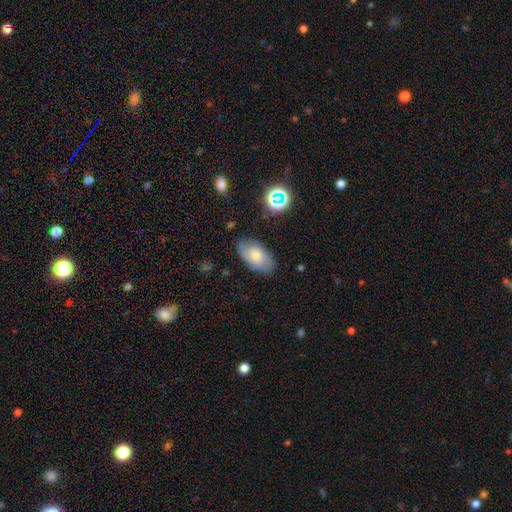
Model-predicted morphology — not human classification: Overall: smooth (49%; featured or disk 42%). Merging: none (78%).